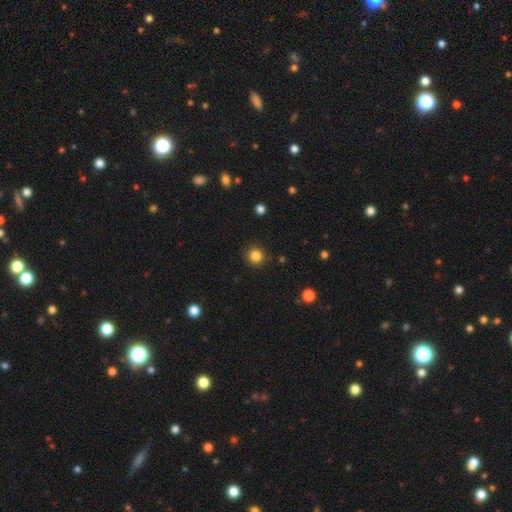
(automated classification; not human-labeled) smooth 84%, star or artifact 12%, featured or disk 4%. Down the decision tree: how rounded — round (93%); merging — none (89%).